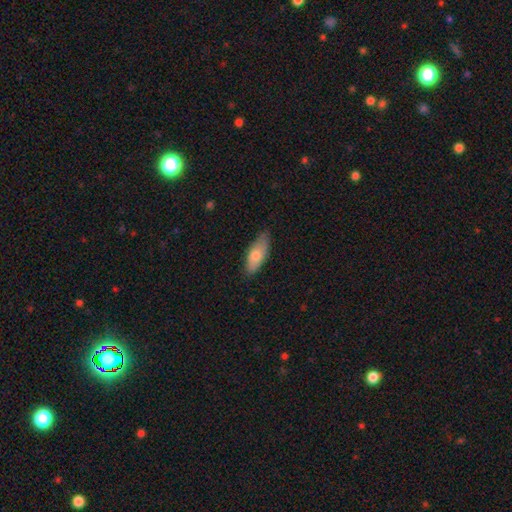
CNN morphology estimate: smooth 74%, featured or disk 20%, star or artifact 6%. Down the decision tree: how rounded — in between (78%); merging — none (73%).